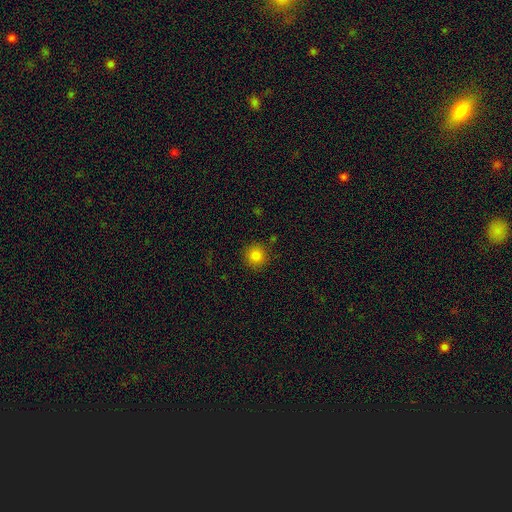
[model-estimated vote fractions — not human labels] A smooth galaxy with no disk features (82%) that is round (94%). Merging: none (88%).